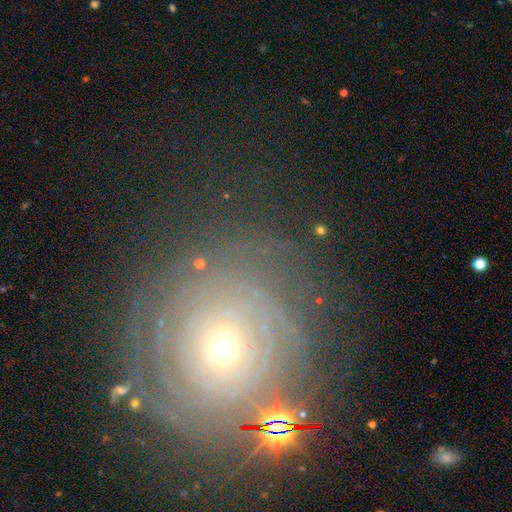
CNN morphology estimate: smooth-or-featured: featured or disk: 75% | smooth: 14% | star or artifact: 11%
  disk-edge-on: no: 96% | yes: 4%
    bar: no: 81% | weak: 14% | strong: 5%
    has-spiral-arms: yes: 89% | no: 11%
      spiral-winding: tight: 86% | medium: 10% | loose: 4%
      spiral-arm-count: can't tell: 44% | more than 4: 15% | 2: 12% | 4: 11% | 3: 11% | 1: 7%
    bulge-size: small: 57% | moderate: 38% | large: 3% | dominant: 1% | none: 1%
  merging: none: 77% | minor disturbance: 13% | major disturbance: 8% | merger: 3%